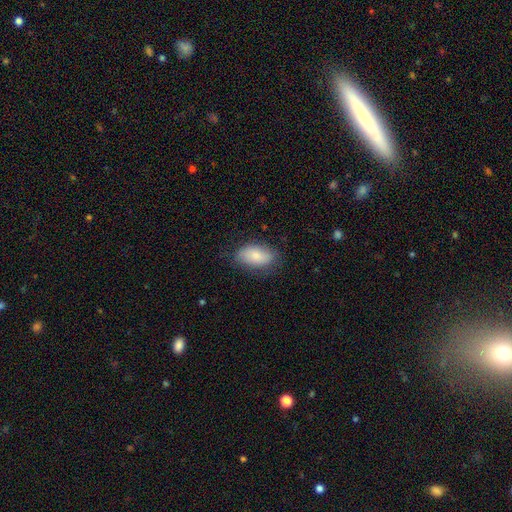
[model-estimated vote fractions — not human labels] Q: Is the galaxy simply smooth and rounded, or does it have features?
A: smooth — 79%.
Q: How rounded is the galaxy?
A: in between — 93%.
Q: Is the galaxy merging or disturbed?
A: none — 74%.